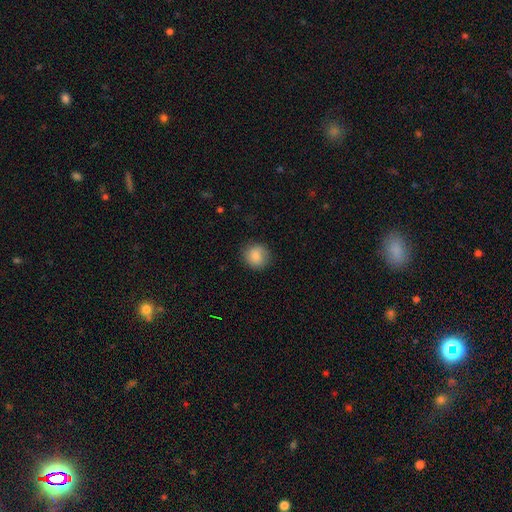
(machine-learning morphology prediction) Smooth or featured: smooth — 84% (star or artifact — 8%)
How rounded: round — 88% (in between — 11%)
Merging: none — 84% (minor disturbance — 12%)